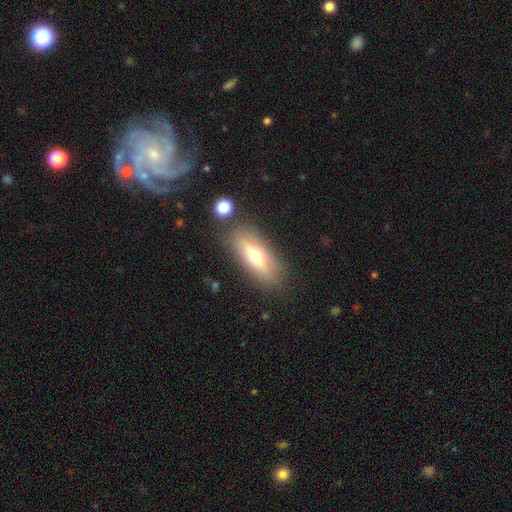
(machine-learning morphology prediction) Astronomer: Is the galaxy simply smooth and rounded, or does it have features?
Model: featured or disk — 47% (runner-up: smooth, 45%).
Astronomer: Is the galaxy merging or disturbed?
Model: none — 82%.